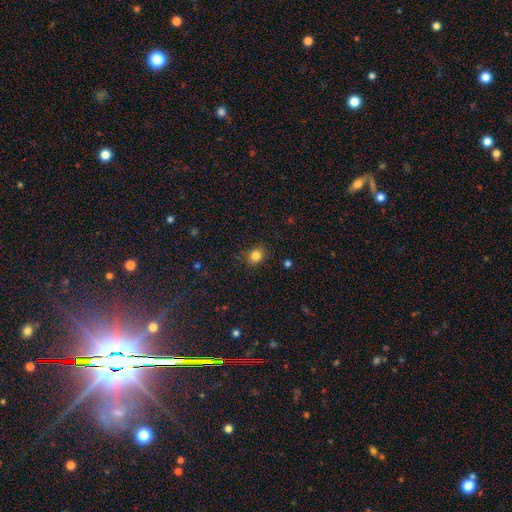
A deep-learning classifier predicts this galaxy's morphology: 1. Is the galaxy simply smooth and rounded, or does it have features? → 83% smooth, 12% star or artifact, 5% featured or disk.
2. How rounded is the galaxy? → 60% round, 39% in between, 1% cigar-shaped.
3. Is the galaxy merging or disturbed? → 85% none, 11% minor disturbance, 3% major disturbance, 1% merger.